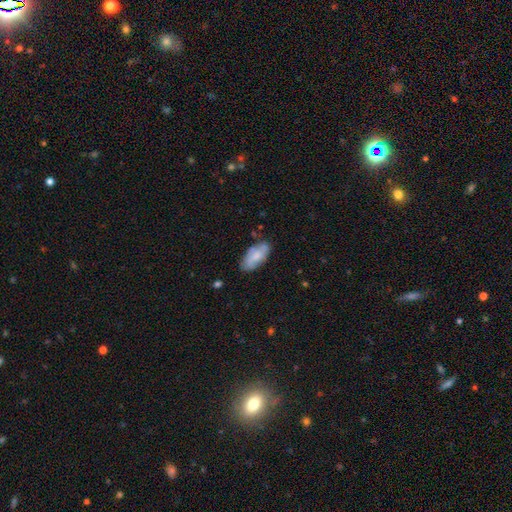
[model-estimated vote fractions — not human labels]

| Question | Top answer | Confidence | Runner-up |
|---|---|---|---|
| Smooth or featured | smooth | 70% | featured or disk (23%) |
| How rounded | in between | 88% | cigar-shaped (10%) |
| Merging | none | 72% | minor disturbance (21%) |